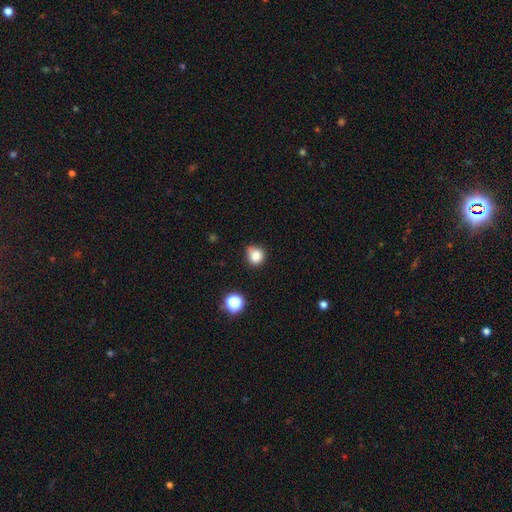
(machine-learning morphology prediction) smooth_or_featured: smooth (p=0.83) [alt: star or artifact p=0.12]
how_rounded: round (p=0.81) [alt: in between p=0.18]
merging: none (p=0.58) [alt: minor disturbance p=0.30]